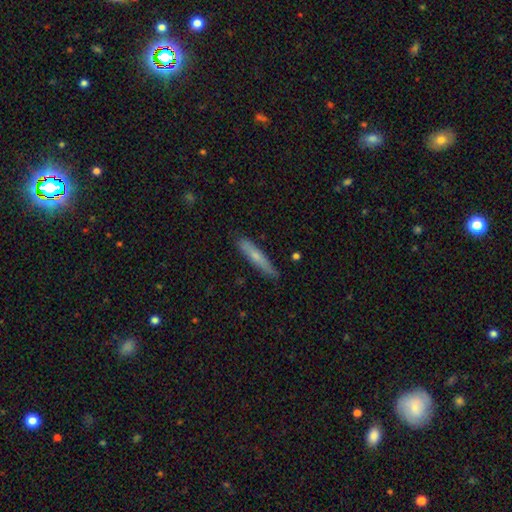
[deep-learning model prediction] Smooth or featured? smooth (60%)
How rounded? cigar-shaped (92%)
Merging? none (82%)